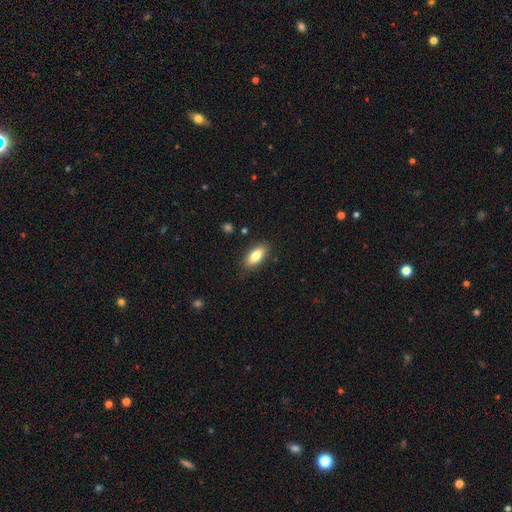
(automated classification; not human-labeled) smooth 81%, featured or disk 13%, star or artifact 7%. Down the decision tree: how rounded — in between (86%); merging — none (86%).